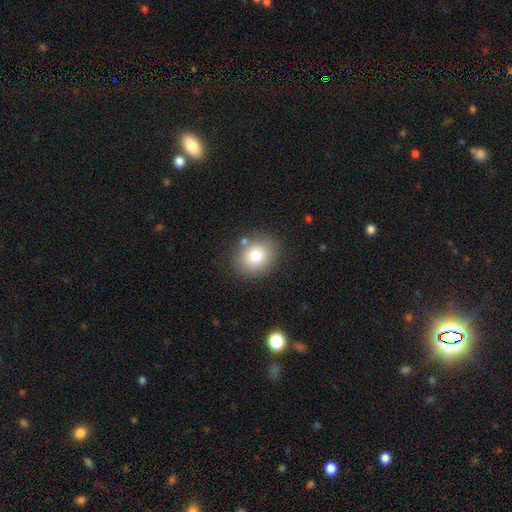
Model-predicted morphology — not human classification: Q: Smooth or featured?
A: smooth (78%); runner-up: featured or disk (12%)
Q: How rounded?
A: round (66%); runner-up: in between (33%)
Q: Merging?
A: none (80%); runner-up: minor disturbance (11%)